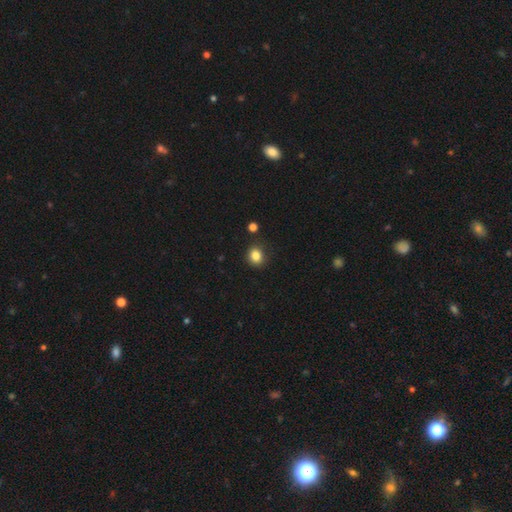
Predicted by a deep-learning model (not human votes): A smooth galaxy with no disk features (84%) that is round (69%).

Vote fractions:
- Smooth or featured? smooth: 84% / star or artifact: 11% / featured or disk: 5%
- How rounded? round: 69% / in between: 30% / cigar-shaped: 1%
- Merging? none: 85% / minor disturbance: 9% / merger: 3% / major disturbance: 2%